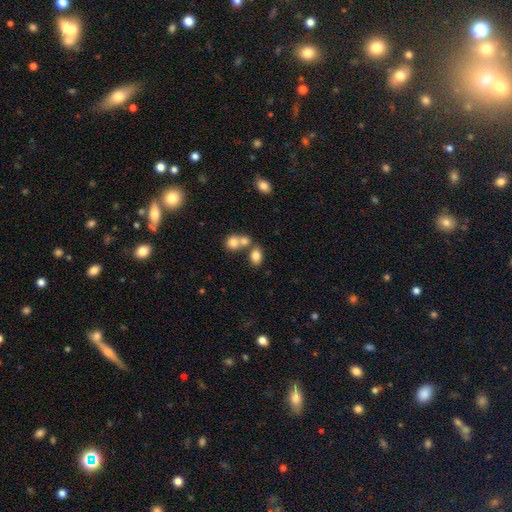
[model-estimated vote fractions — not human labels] Overall: smooth (81%). How rounded: in between (72%). Merging: none (51%; merger 35%).